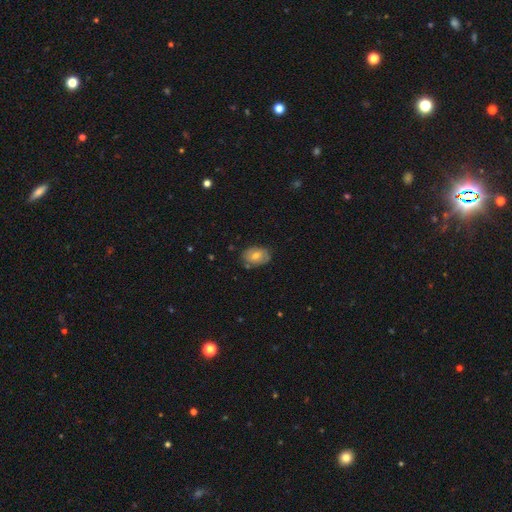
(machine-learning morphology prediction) The model was most divided on "smooth or featured": smooth: 54%, featured or disk: 36%, star or artifact: 9%. More confident: how rounded — in between (78%); merging — none (76%).